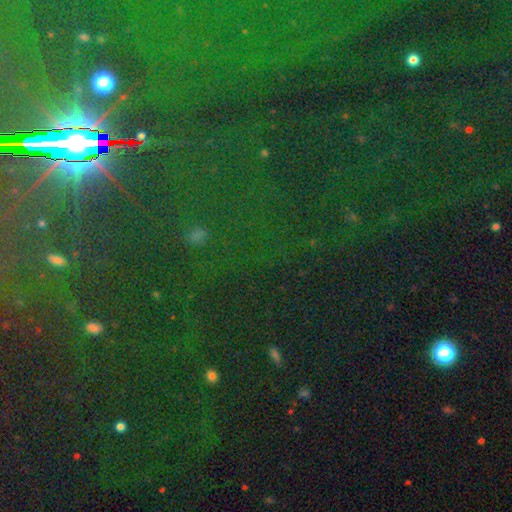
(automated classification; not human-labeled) The model was most divided on "smooth or featured": star or artifact: 81%, smooth: 12%, featured or disk: 7%.